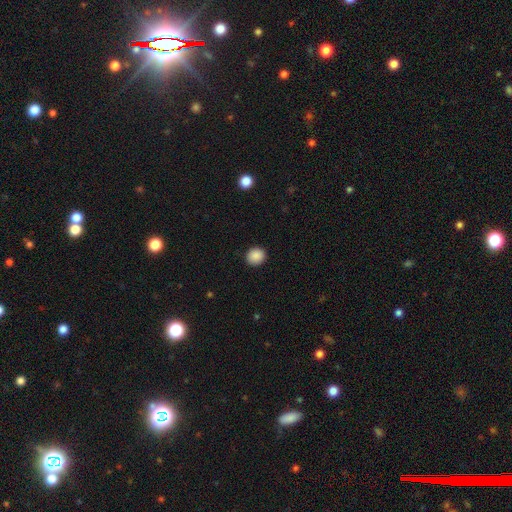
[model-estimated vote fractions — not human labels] Smooth or featured? Predicted: smooth (p=0.88). How rounded? Predicted: round (p=0.83). Merging? Predicted: none (p=0.90).